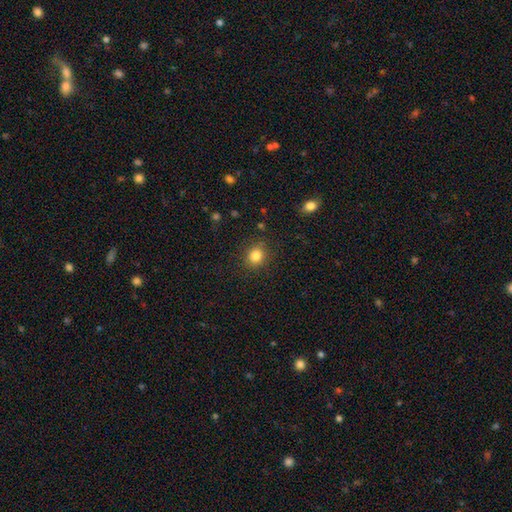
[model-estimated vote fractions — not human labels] Morphology: type=smooth (83%); roundness=round (71%); merging=none (87%).